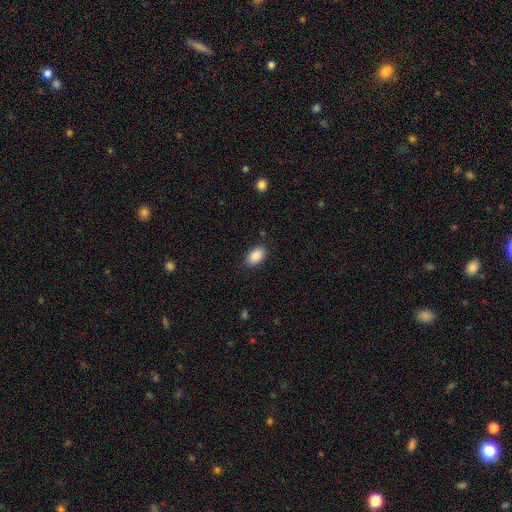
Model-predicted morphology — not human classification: A smooth galaxy with no disk features (89%) that is in between round and cigar-shaped (93%). Merging: none (87%).